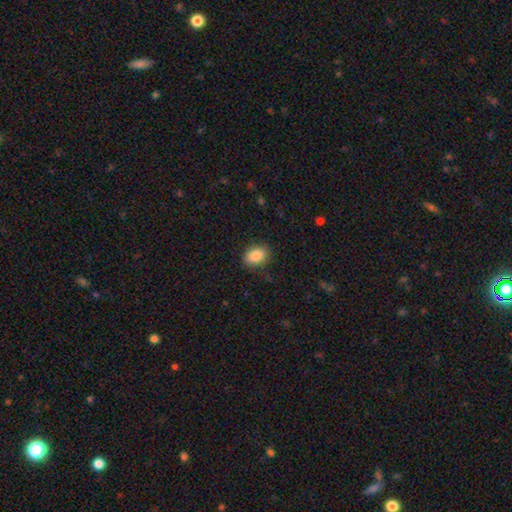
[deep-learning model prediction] A smooth galaxy with no disk features (88%) that is in between round and cigar-shaped (84%).

Vote fractions:
- Smooth or featured? smooth: 88% / star or artifact: 7% / featured or disk: 5%
- How rounded? in between: 84% / round: 15% / cigar-shaped: 1%
- Merging? none: 85% / minor disturbance: 11% / major disturbance: 3% / merger: 1%